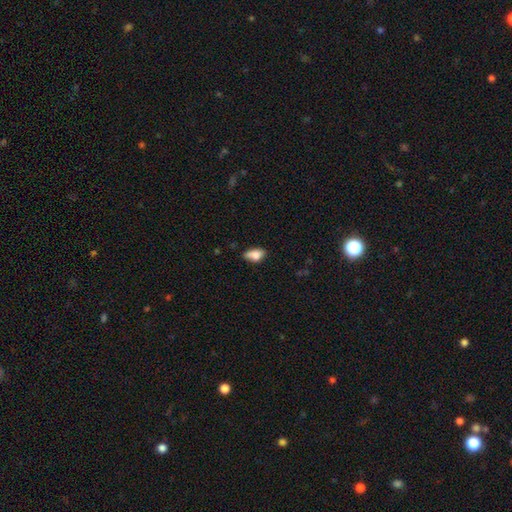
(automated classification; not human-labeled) smooth-or-featured: smooth: 78% | featured or disk: 14% | star or artifact: 8%
  how-rounded: in between: 87% | cigar-shaped: 7% | round: 5%
  merging: none: 62% | minor disturbance: 29% | major disturbance: 6% | merger: 3%